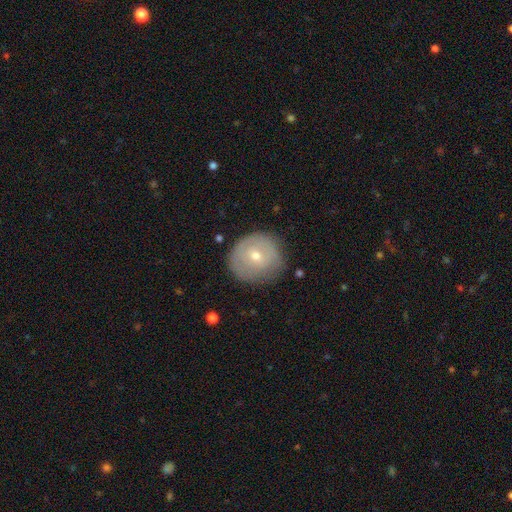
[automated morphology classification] Smooth or featured? Predicted: smooth (p=0.51). How rounded? Predicted: round (p=0.88). Merging? Predicted: none (p=0.76).